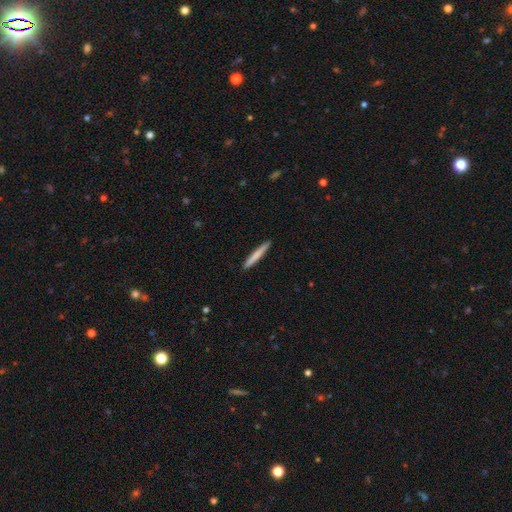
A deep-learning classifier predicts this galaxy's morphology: Overall: smooth (73%). How rounded: cigar-shaped (97%). Merging: none (92%).